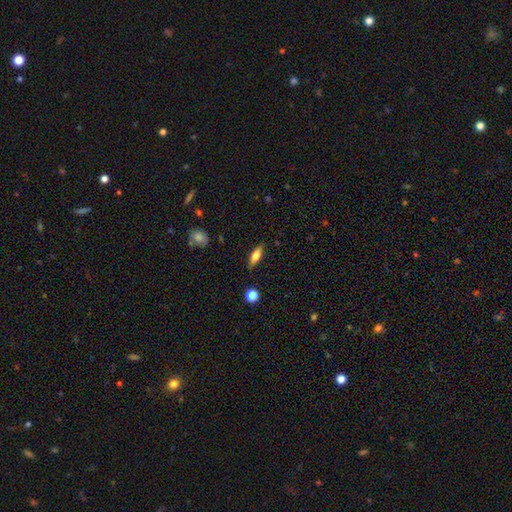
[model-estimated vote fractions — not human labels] Smooth or featured: smooth — 60% (featured or disk — 33%)
How rounded: in between — 53% (cigar-shaped — 43%)
Merging: none — 86% (minor disturbance — 10%)